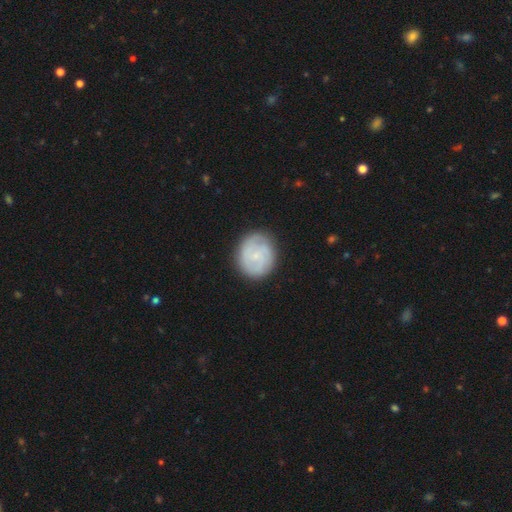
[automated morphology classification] Q: Smooth or featured?
A: featured or disk (57%); runner-up: smooth (36%)
Q: Edge-on disk?
A: no (98%); runner-up: yes (2%)
Q: Bar?
A: no (72%); runner-up: weak (24%)
Q: Spiral arms?
A: yes (85%); runner-up: no (15%)
Q: Bulge size?
A: small (78%); runner-up: moderate (12%)
Q: Merging?
A: none (80%); runner-up: minor disturbance (14%)